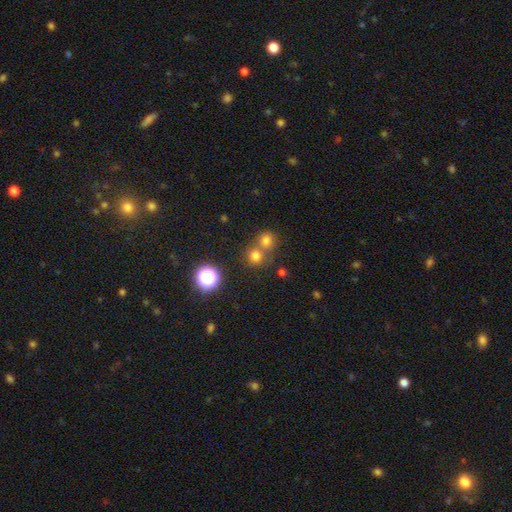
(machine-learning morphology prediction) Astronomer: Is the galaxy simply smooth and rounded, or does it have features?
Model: smooth — 71%.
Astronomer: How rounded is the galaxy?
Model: round — 89%.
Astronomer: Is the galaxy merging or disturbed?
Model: none — 55% (runner-up: merger, 37%).